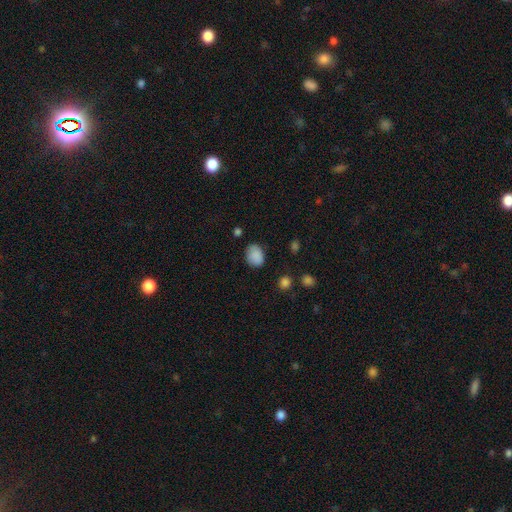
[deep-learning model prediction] This is clearly a smooth galaxy (86%). How rounded: likely in between (61%). Merging: likely none (71%).